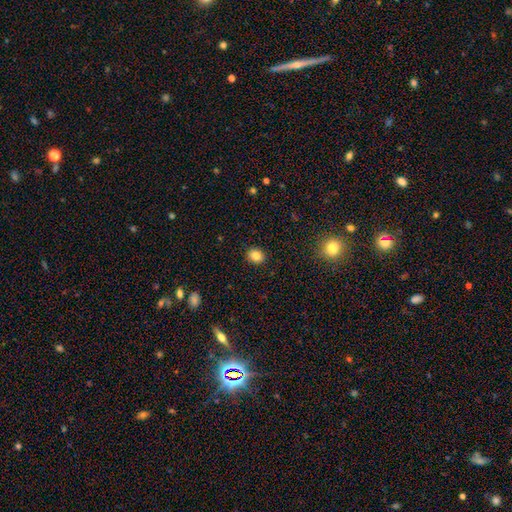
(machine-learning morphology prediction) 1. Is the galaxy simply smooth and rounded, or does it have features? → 84% smooth, 11% star or artifact, 5% featured or disk.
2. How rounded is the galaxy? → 63% round, 37% in between, 1% cigar-shaped.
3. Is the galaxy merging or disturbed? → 91% none, 6% minor disturbance, 2% major disturbance, 1% merger.